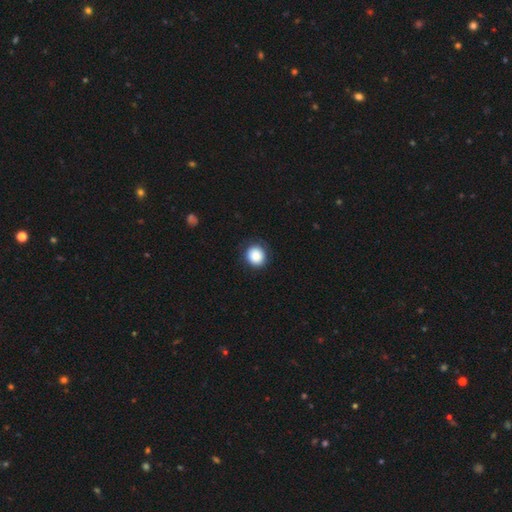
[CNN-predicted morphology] smooth_or_featured: smooth (p=0.88) [alt: star or artifact p=0.08]
how_rounded: round (p=0.89) [alt: in between p=0.10]
merging: none (p=0.87) [alt: minor disturbance p=0.10]